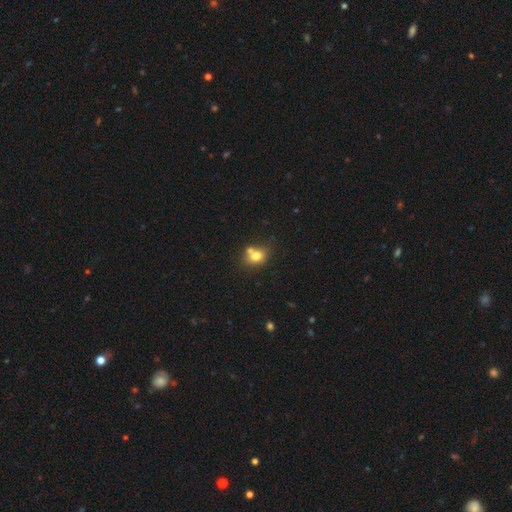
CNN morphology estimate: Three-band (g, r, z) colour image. It shows a smooth galaxy with no disk features (75%) that is round (59%). Merging: none (50%).